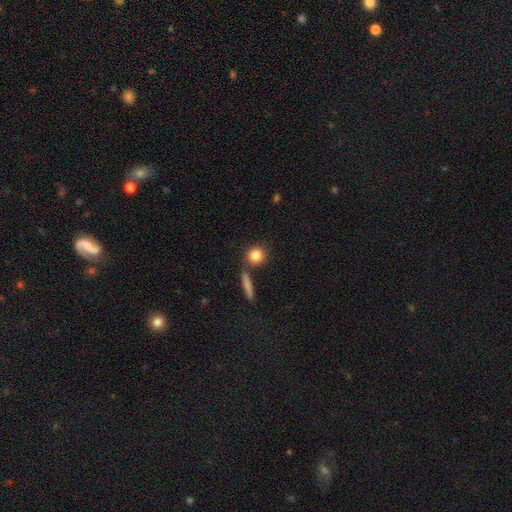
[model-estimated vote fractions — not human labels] Morphology: type=smooth (83%); roundness=round (85%); merging=none (76%).